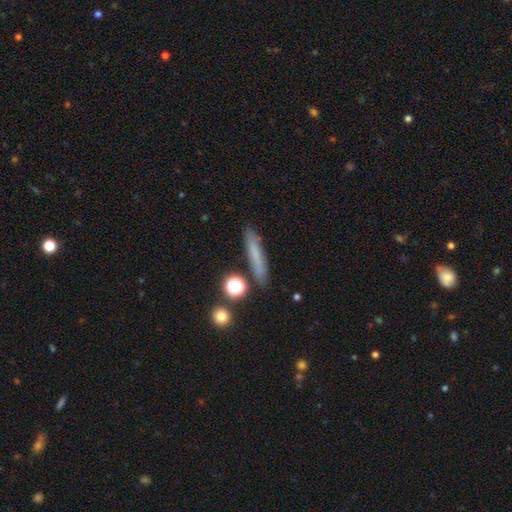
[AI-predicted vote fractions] Overall: smooth (67%). How rounded: cigar-shaped (85%). Merging: none (82%).